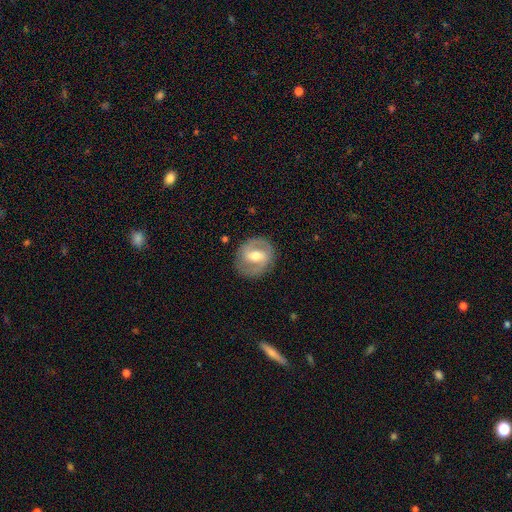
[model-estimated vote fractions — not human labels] The model was most divided on "bar": weak: 45%, strong: 37%, no: 18%. Remaining: edge-on disk — no (97%); spiral arm count — 2 (88%); merging — none (85%); spiral arms — yes (83%); smooth or featured — featured or disk (76%); bulge size — moderate (69%); spiral winding — medium (49%).